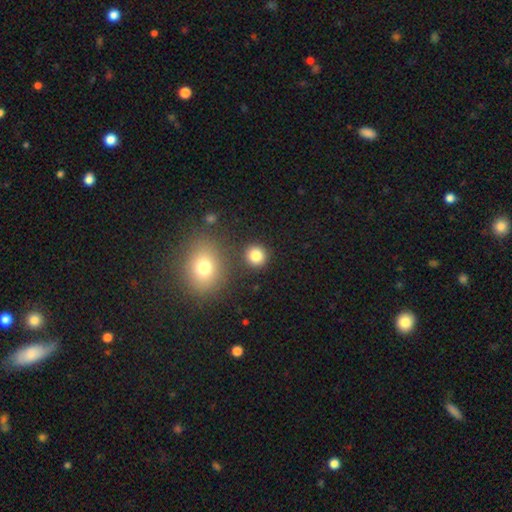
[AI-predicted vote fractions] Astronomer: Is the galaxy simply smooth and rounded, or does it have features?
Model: smooth — 83%.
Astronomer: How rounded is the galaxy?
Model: round — 89%.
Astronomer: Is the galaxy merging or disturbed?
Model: none — 85%.